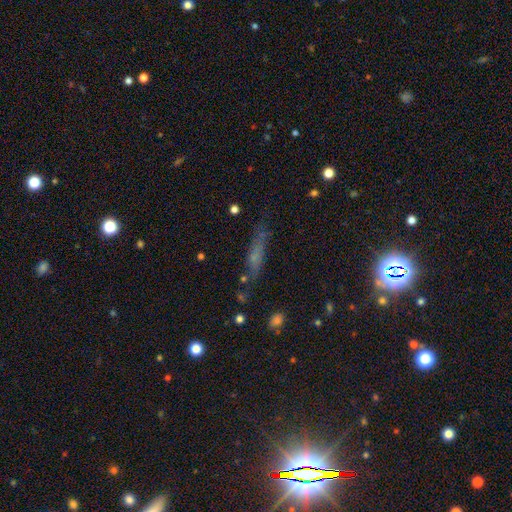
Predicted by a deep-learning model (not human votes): The model was most divided on "smooth or featured": smooth: 55%, featured or disk: 29%, star or artifact: 16%. More confident: how rounded — cigar-shaped (78%); merging — none (67%).